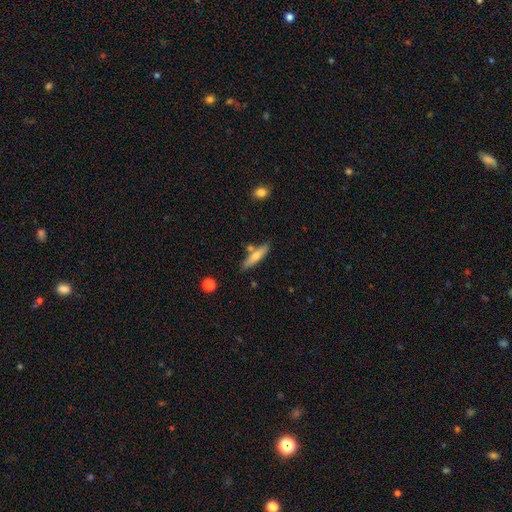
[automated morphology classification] smooth 61%, featured or disk 33%, star or artifact 6%. Down the decision tree: how rounded — cigar-shaped (80%); merging — none (75%).